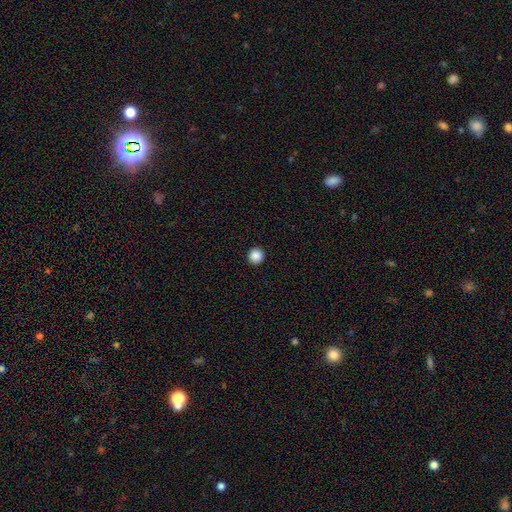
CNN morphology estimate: type=smooth (88%); roundness=round (96%); merging=none (94%).